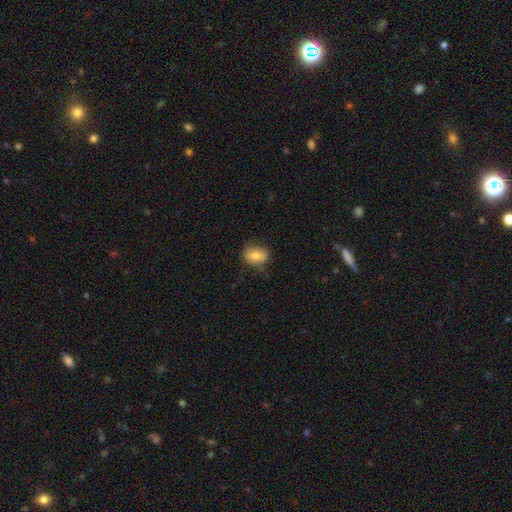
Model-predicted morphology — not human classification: smooth_or_featured: smooth (p=0.75) [alt: featured or disk p=0.17]
how_rounded: in between (p=0.60) [alt: round p=0.38]
merging: none (p=0.71) [alt: minor disturbance p=0.22]